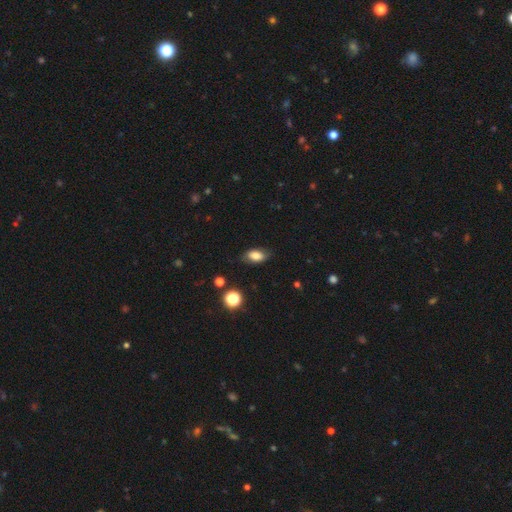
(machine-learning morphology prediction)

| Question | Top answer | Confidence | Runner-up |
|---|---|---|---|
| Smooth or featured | smooth | 78% | featured or disk (12%) |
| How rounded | in between | 89% | round (7%) |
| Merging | none | 77% | minor disturbance (17%) |